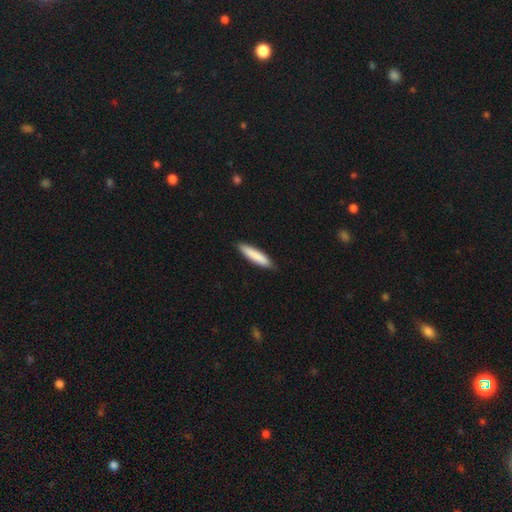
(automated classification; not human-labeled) Smooth or featured? Predicted: smooth (p=0.85). How rounded? Predicted: cigar-shaped (p=0.85). Merging? Predicted: none (p=0.87).